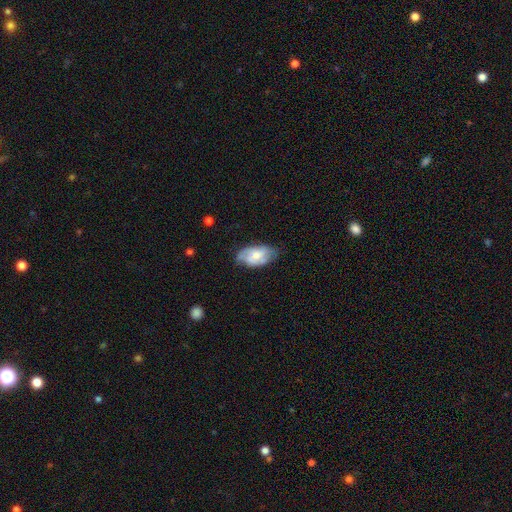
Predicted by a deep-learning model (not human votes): Smooth or featured: featured or disk — 55% (smooth — 39%)
Edge-on disk: no — 94% (yes — 6%)
Bar: no — 58% (weak — 35%)
Spiral arms: yes — 81% (no — 19%)
Bulge size: moderate — 48% (small — 38%)
Merging: none — 65% (minor disturbance — 27%)